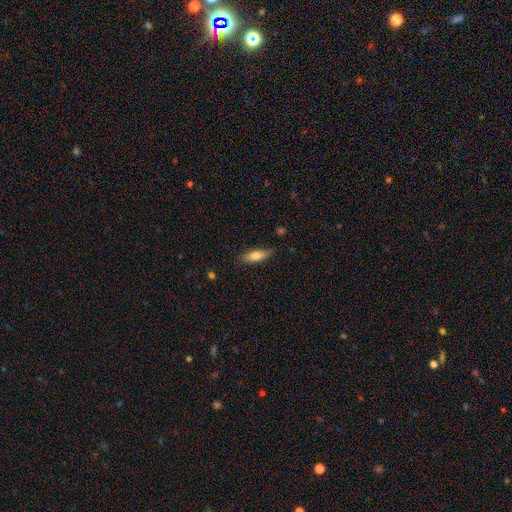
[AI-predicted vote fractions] Smooth or featured: smooth — 73% (featured or disk — 20%)
How rounded: in between — 53% (cigar-shaped — 45%)
Merging: none — 81% (minor disturbance — 15%)